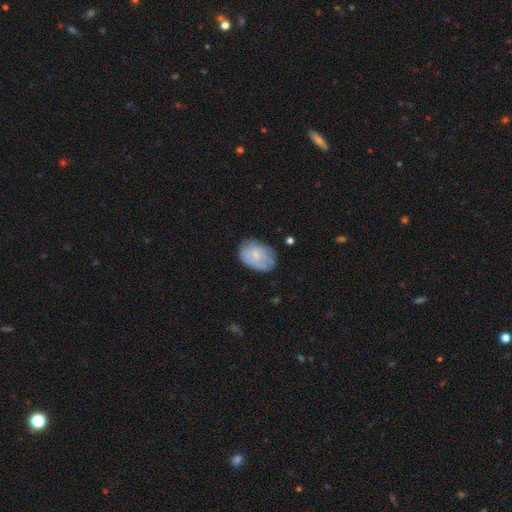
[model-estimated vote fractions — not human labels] A smooth galaxy with no disk features (60%) that is in between round and cigar-shaped (78%).

Vote fractions:
- Smooth or featured? smooth: 60% / featured or disk: 32% / star or artifact: 7%
- How rounded? in between: 78% / round: 21% / cigar-shaped: 1%
- Merging? none: 63% / minor disturbance: 27% / major disturbance: 8% / merger: 2%